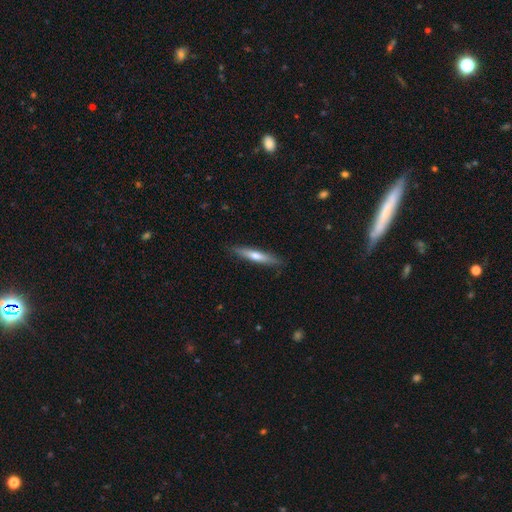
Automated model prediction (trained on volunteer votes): A smooth galaxy with no disk features (57%) that is cigar-shaped (90%).

Vote fractions:
- Smooth or featured? smooth: 57% / featured or disk: 37% / star or artifact: 5%
- How rounded? cigar-shaped: 90% / in between: 8% / round: 1%
- Merging? none: 87% / minor disturbance: 10% / major disturbance: 2% / merger: 1%